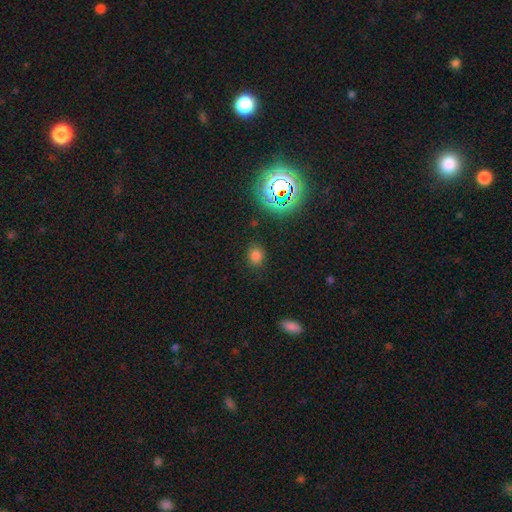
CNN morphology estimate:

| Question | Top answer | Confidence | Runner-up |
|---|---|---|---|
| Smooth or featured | smooth | 72% | star or artifact (23%) |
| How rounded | round | 70% | in between (28%) |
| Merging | none | 85% | minor disturbance (10%) |